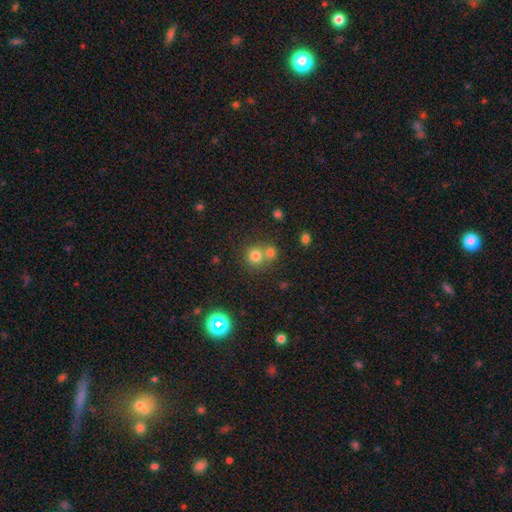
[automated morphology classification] Smooth or featured? smooth (75%)
How rounded? round (89%)
Merging? none (50%)